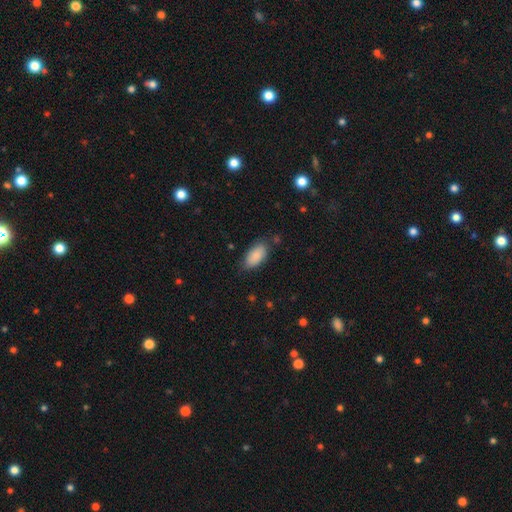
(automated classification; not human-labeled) Smooth or featured: smooth — 87% (star or artifact — 7%)
How rounded: in between — 93% (cigar-shaped — 5%)
Merging: none — 75% (minor disturbance — 19%)